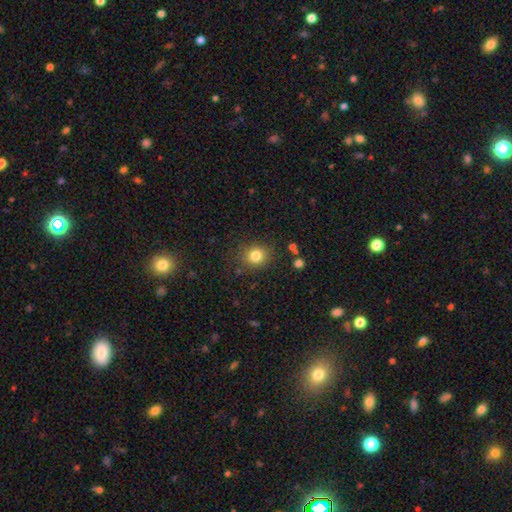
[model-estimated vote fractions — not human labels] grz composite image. It shows a smooth galaxy with no disk features (82%) that is round (81%). Merging: none (84%).